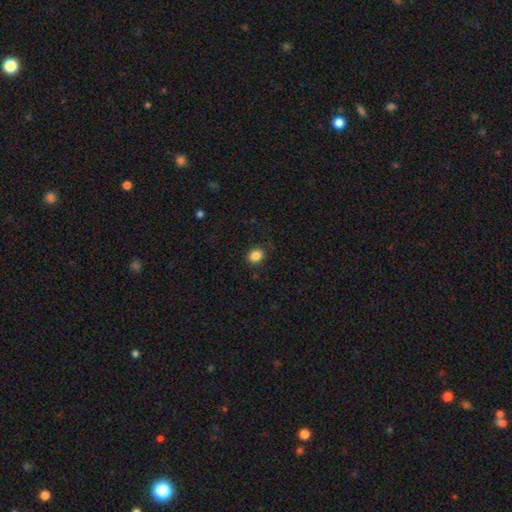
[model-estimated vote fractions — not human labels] Q: Smooth or featured?
A: smooth (86%); runner-up: star or artifact (10%)
Q: How rounded?
A: round (59%); runner-up: in between (40%)
Q: Merging?
A: none (88%); runner-up: minor disturbance (9%)